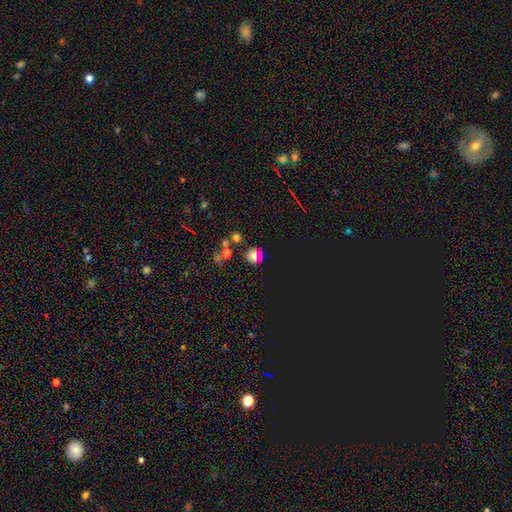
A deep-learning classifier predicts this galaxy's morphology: Overall: smooth (47%; star or artifact 42%). Merging: none (80%).